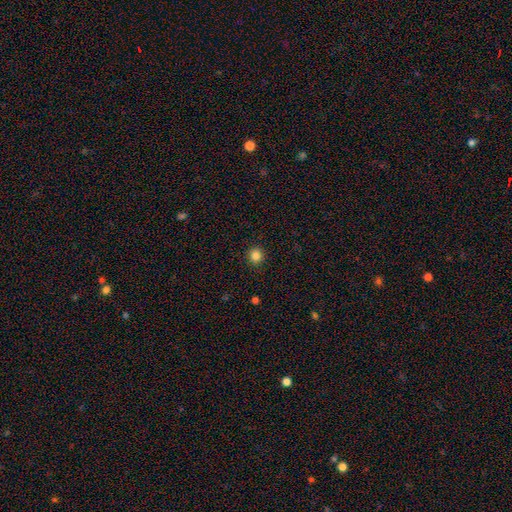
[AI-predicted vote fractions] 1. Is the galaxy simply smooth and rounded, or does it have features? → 84% smooth, 12% star or artifact, 4% featured or disk.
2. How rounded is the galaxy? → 89% round, 10% in between, 1% cigar-shaped.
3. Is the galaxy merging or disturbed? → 91% none, 6% minor disturbance, 2% major disturbance, 1% merger.